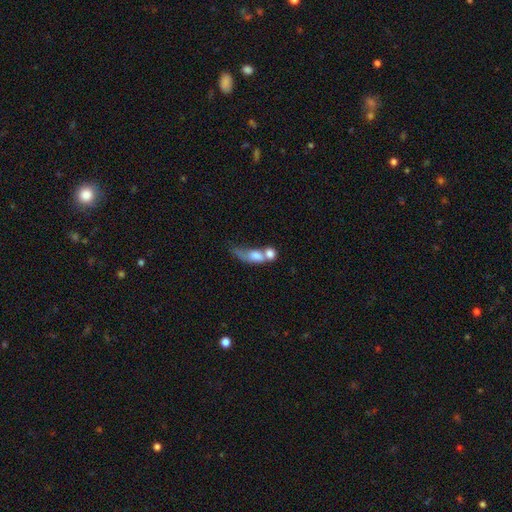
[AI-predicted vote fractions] This is likely a smooth galaxy (64%). How rounded: possibly in between (58%). Merging: likely merger (61%).